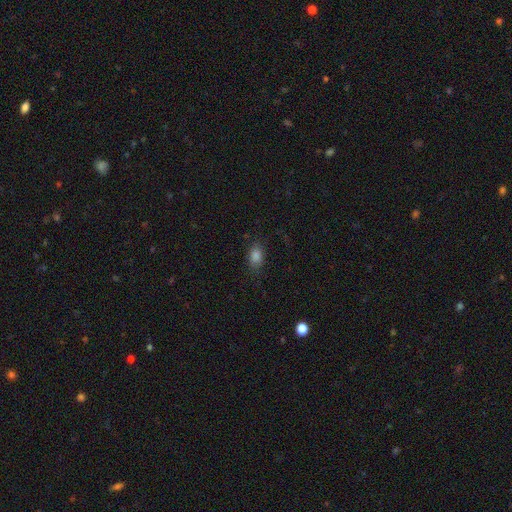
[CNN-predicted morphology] smooth_or_featured: smooth (p=0.79) [alt: star or artifact p=0.14]
how_rounded: in between (p=0.80) [alt: round p=0.17]
merging: none (p=0.79) [alt: minor disturbance p=0.15]